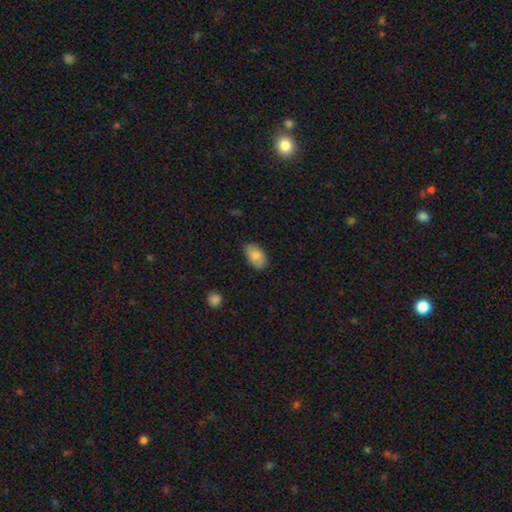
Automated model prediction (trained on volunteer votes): smooth-or-featured: smooth: 85% | featured or disk: 8% | star or artifact: 6%
  how-rounded: in between: 94% | round: 5% | cigar-shaped: 1%
  merging: none: 84% | minor disturbance: 13% | major disturbance: 2% | merger: 1%